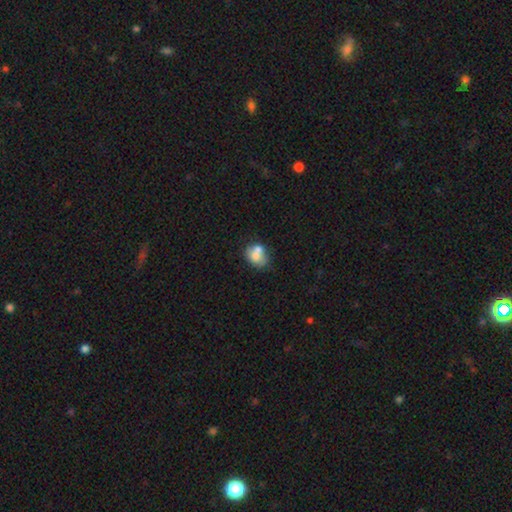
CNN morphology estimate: The model was most divided on "how rounded": round: 50%, in between: 49%, cigar-shaped: 1%. Remaining: smooth or featured — smooth (69%); merging — merger (49%).